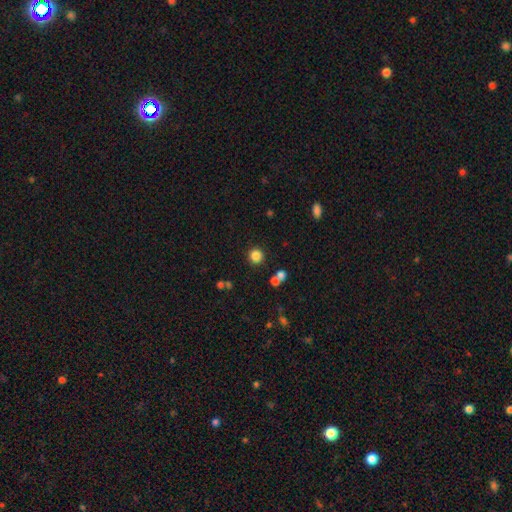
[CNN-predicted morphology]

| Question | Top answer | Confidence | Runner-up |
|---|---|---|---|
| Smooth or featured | smooth | 83% | star or artifact (12%) |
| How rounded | round | 93% | in between (6%) |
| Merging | none | 85% | minor disturbance (6%) |